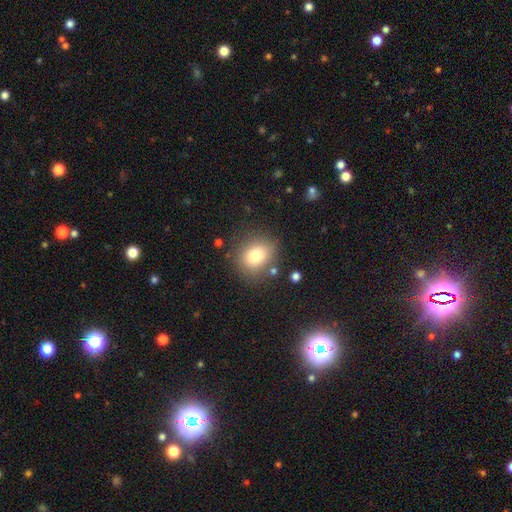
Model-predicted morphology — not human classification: A smooth galaxy with no disk features (79%) that is round (64%).

Vote fractions:
- Smooth or featured? smooth: 79% / star or artifact: 11% / featured or disk: 10%
- How rounded? round: 64% / in between: 35% / cigar-shaped: 1%
- Merging? none: 78% / minor disturbance: 13% / major disturbance: 5% / merger: 4%